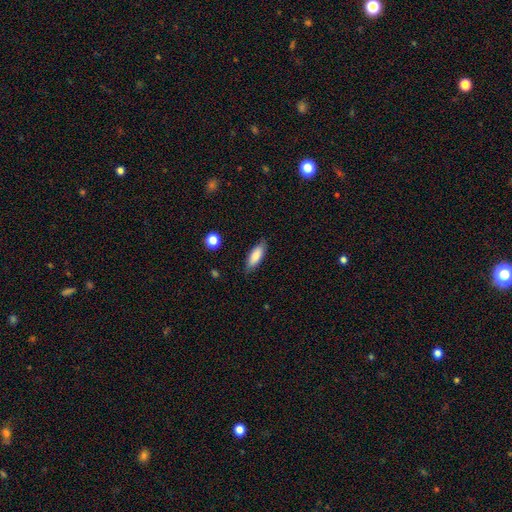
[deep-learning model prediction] smooth_or_featured: smooth (p=0.83) [alt: featured or disk p=0.11]
how_rounded: in between (p=0.65) [alt: cigar-shaped p=0.33]
merging: none (p=0.84) [alt: minor disturbance p=0.12]